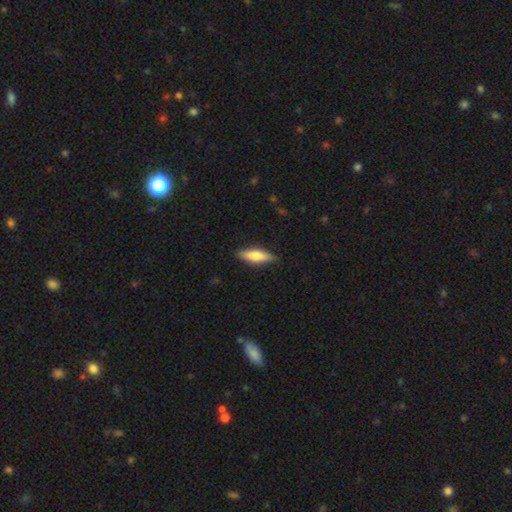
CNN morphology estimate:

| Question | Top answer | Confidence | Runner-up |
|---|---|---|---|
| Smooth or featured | smooth | 64% | featured or disk (30%) |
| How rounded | cigar-shaped | 52% | in between (46%) |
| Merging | none | 86% | minor disturbance (11%) |